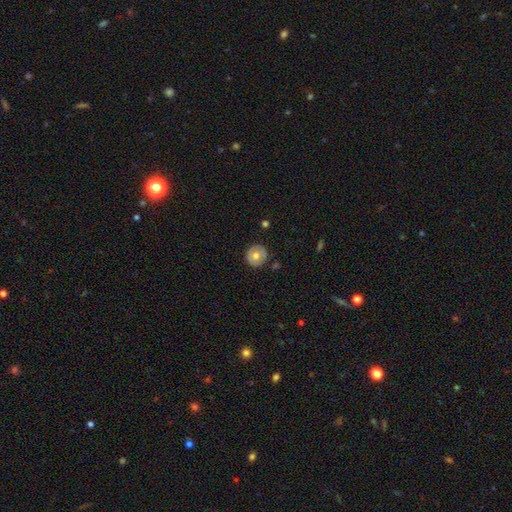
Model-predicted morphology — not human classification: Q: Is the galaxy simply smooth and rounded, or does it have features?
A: smooth — 64%.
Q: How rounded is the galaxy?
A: round — 93%.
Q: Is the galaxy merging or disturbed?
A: none — 88%.